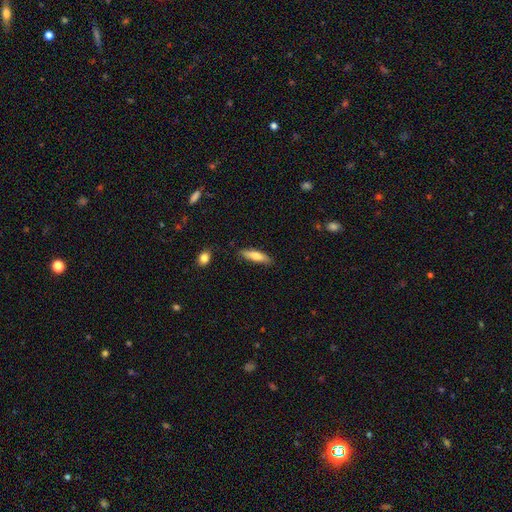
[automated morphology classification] Q: Smooth or featured?
A: smooth (74%); runner-up: featured or disk (20%)
Q: How rounded?
A: cigar-shaped (69%); runner-up: in between (29%)
Q: Merging?
A: none (80%); runner-up: minor disturbance (15%)